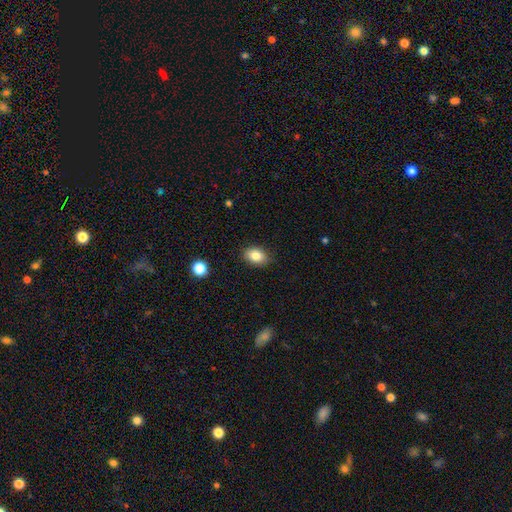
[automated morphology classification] The model was most divided on "how rounded": in between: 81%, round: 18%, cigar-shaped: 1%. More confident: merging — none (87%); smooth or featured — smooth (84%).